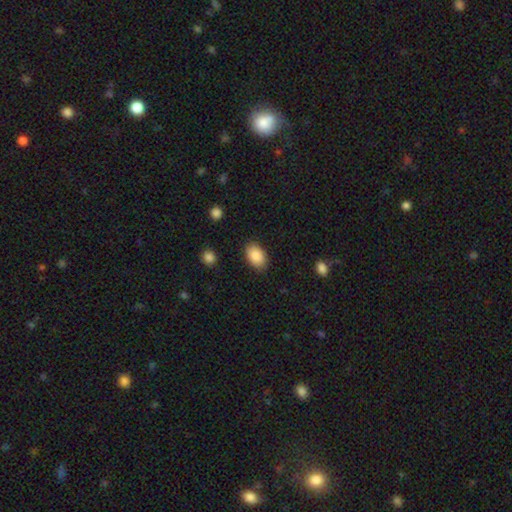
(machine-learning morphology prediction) smooth 89%, star or artifact 7%, featured or disk 4%. Down the decision tree: how rounded — in between (90%); merging — none (86%).